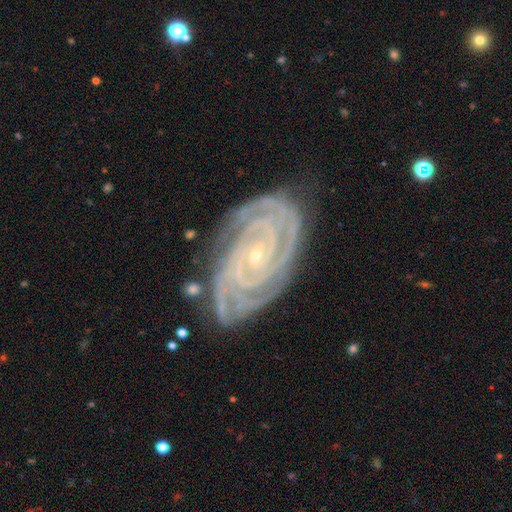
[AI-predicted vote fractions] Smooth or featured: featured or disk — 92% (star or artifact — 5%)
Edge-on disk: no — 97% (yes — 3%)
Bar: no — 63% (weak — 22%)
Spiral arms: yes — 99% (no — 1%)
Spiral winding: tight — 87% (medium — 11%)
Spiral arm count: 2 — 31% (3 — 24%)
Bulge size: small — 86% (moderate — 11%)
Merging: none — 79% (minor disturbance — 15%)